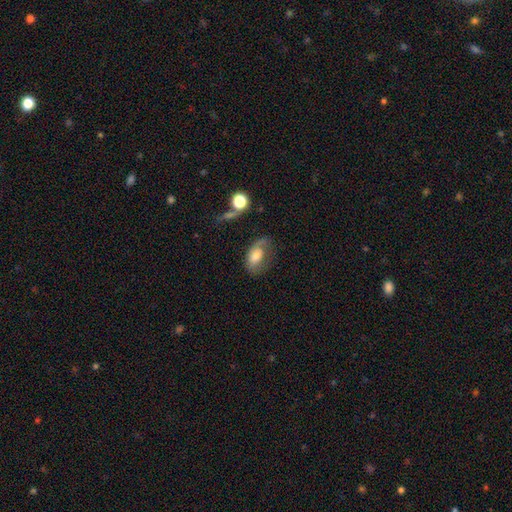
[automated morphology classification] Smooth or featured: smooth — 56% (featured or disk — 35%)
How rounded: in between — 89% (round — 9%)
Merging: none — 36% (major disturbance — 35%)